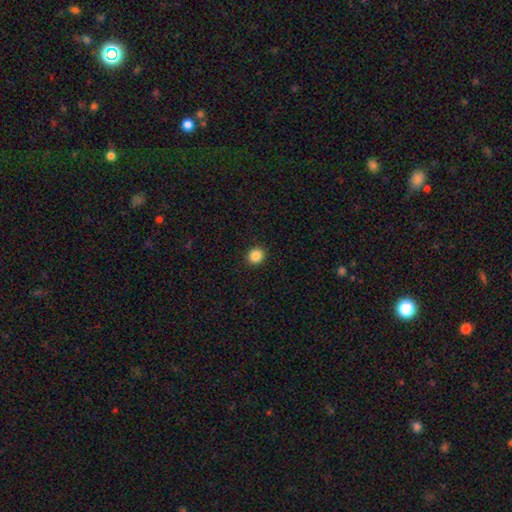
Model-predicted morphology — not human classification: smooth_or_featured: smooth (p=0.86) [alt: star or artifact p=0.11]
how_rounded: round (p=0.83) [alt: in between p=0.16]
merging: none (p=0.92) [alt: minor disturbance p=0.05]